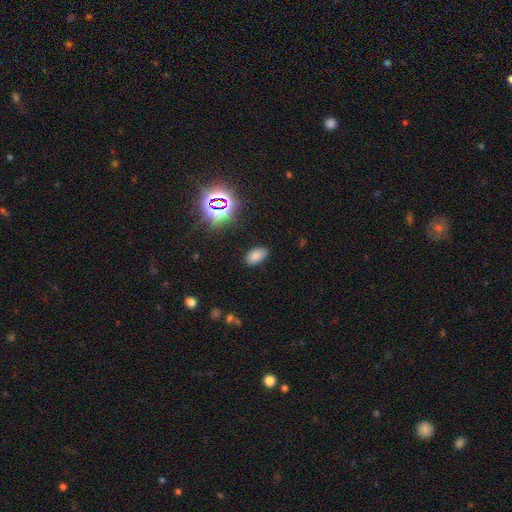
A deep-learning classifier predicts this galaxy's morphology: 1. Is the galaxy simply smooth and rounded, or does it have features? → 75% smooth, 19% star or artifact, 6% featured or disk.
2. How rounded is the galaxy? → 93% in between, 6% round, 2% cigar-shaped.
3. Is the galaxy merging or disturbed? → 84% none, 12% minor disturbance, 3% major disturbance, 1% merger.